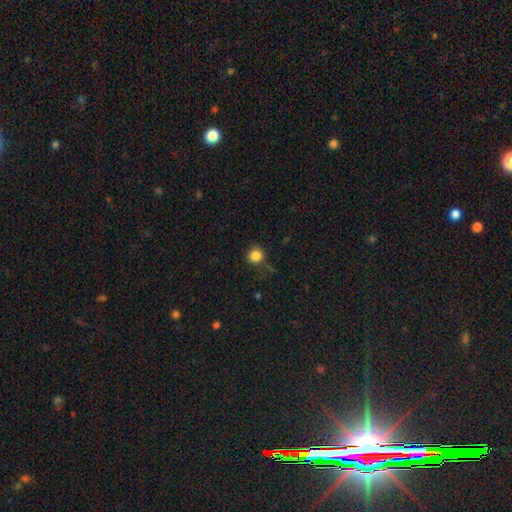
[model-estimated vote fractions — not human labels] smooth_or_featured: smooth (p=0.84) [alt: star or artifact p=0.11]
how_rounded: round (p=0.88) [alt: in between p=0.11]
merging: none (p=0.76) [alt: minor disturbance p=0.17]